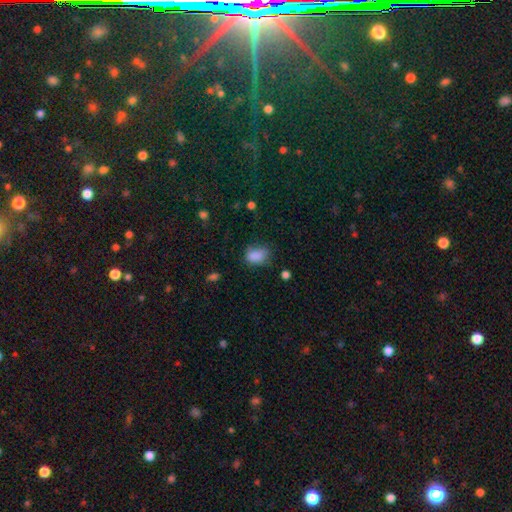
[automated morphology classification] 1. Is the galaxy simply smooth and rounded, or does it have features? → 84% smooth, 10% star or artifact, 5% featured or disk.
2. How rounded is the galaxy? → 77% in between, 22% round, 1% cigar-shaped.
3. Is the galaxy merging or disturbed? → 58% none, 29% minor disturbance, 10% major disturbance, 3% merger.